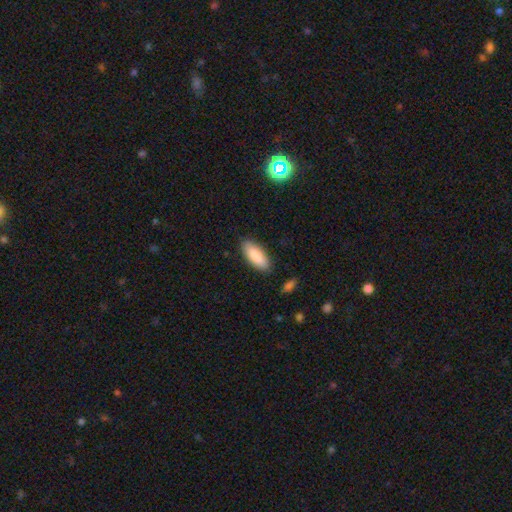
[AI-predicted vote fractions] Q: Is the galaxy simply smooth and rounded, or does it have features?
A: smooth — 87%.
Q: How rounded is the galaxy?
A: in between — 77%.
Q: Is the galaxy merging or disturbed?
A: none — 87%.